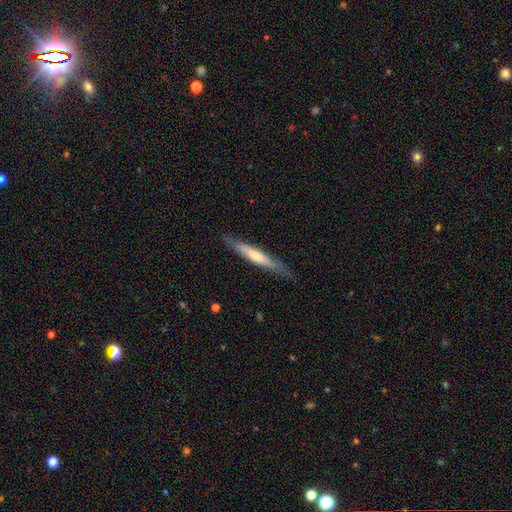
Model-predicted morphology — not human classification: smooth 52%, featured or disk 43%, star or artifact 5%. Down the decision tree: how rounded — cigar-shaped (93%); merging — none (81%).